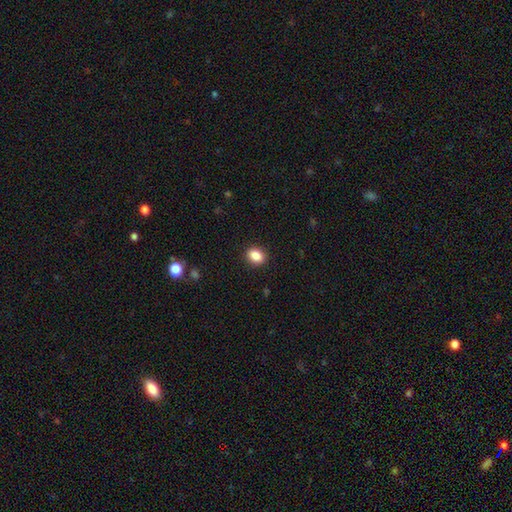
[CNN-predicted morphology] Smooth or featured? Predicted: smooth (p=0.87). How rounded? Predicted: in between (p=0.58). Merging? Predicted: none (p=0.90).